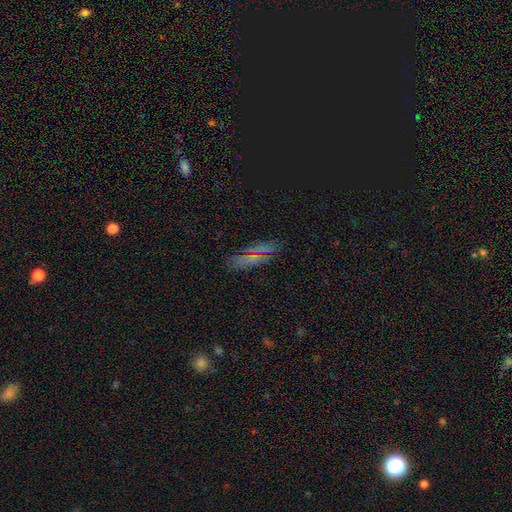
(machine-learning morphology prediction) smooth_or_featured: smooth (p=0.51) [alt: star or artifact p=0.32]
how_rounded: cigar-shaped (p=0.56) [alt: in between p=0.36]
merging: none (p=0.83) [alt: minor disturbance p=0.11]